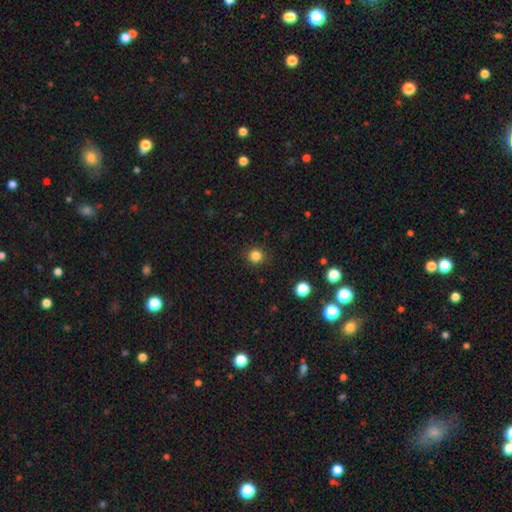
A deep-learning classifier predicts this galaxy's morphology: type=smooth (84%); roundness=round (94%); merging=none (91%).